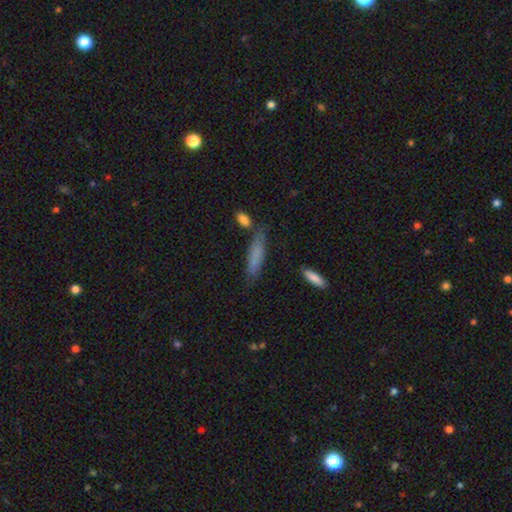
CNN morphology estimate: Smooth or featured? Predicted: smooth (p=0.75). How rounded? Predicted: cigar-shaped (p=0.79). Merging? Predicted: none (p=0.73).